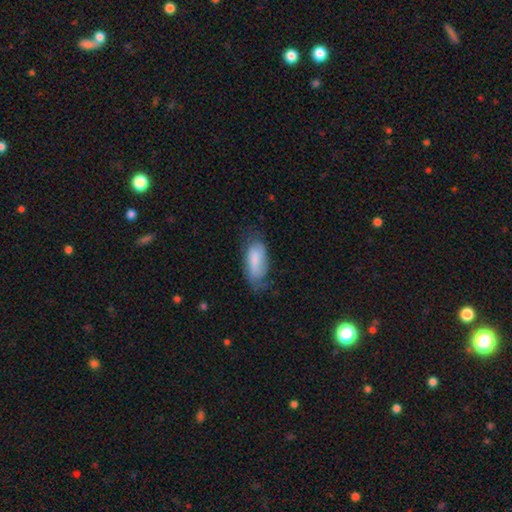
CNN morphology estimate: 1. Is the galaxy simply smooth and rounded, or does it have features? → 64% smooth, 28% featured or disk, 8% star or artifact.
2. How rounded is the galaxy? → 81% in between, 17% cigar-shaped, 2% round.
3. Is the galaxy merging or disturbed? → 57% none, 29% minor disturbance, 12% major disturbance, 2% merger.